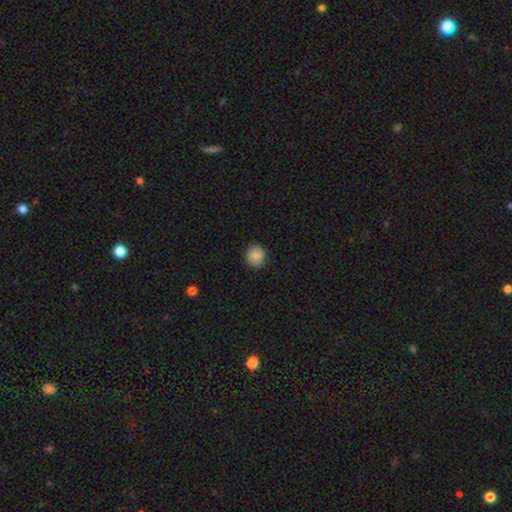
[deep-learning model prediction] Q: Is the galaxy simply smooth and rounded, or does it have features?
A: smooth — 87%.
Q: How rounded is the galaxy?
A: round — 87%.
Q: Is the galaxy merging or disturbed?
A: none — 87%.